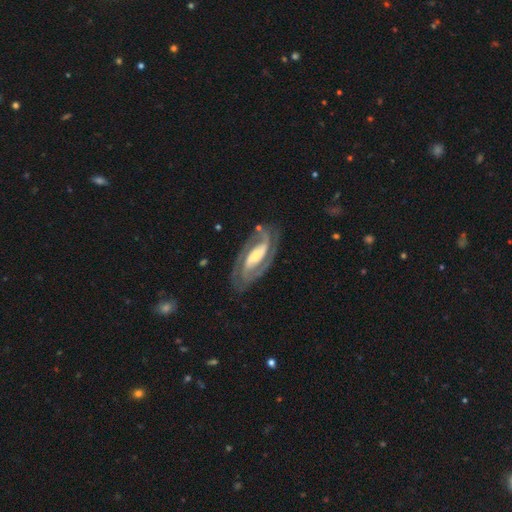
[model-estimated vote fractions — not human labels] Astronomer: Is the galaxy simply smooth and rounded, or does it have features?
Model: featured or disk — 91%.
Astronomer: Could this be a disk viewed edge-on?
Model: no — 95%.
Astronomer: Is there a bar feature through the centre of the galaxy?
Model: strong — 55%.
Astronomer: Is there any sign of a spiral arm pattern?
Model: yes — 97%.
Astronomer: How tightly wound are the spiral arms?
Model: tight — 48% (runner-up: medium, 44%).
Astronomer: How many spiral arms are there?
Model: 2 — 90%.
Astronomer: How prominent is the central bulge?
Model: moderate — 48% (runner-up: small, 40%).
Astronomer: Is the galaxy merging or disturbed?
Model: none — 81%.